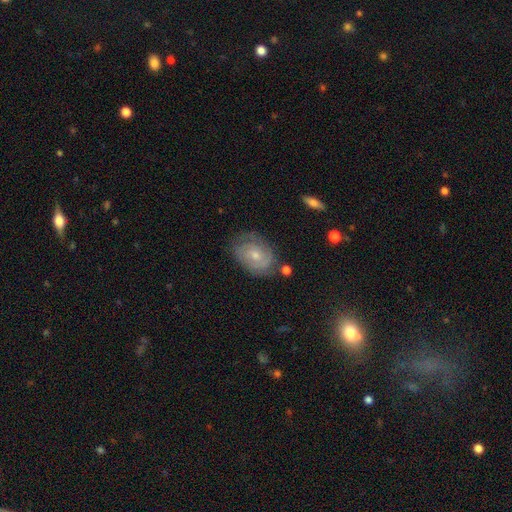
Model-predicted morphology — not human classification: Q: Smooth or featured?
A: featured or disk (69%); runner-up: smooth (23%)
Q: Edge-on disk?
A: no (96%); runner-up: yes (4%)
Q: Bar?
A: no (73%); runner-up: weak (23%)
Q: Spiral arms?
A: yes (87%); runner-up: no (13%)
Q: Spiral winding?
A: tight (66%); runner-up: medium (26%)
Q: Spiral arm count?
A: 2 (40%); runner-up: can't tell (37%)
Q: Bulge size?
A: small (57%); runner-up: moderate (39%)
Q: Merging?
A: none (70%); runner-up: minor disturbance (20%)